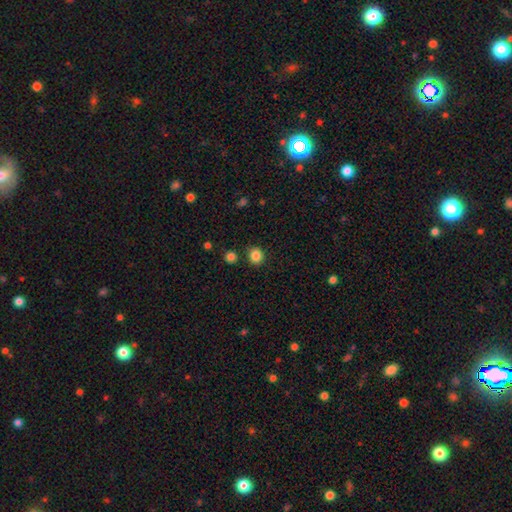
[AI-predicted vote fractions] Smooth or featured? smooth (85%)
How rounded? round (87%)
Merging? none (85%)